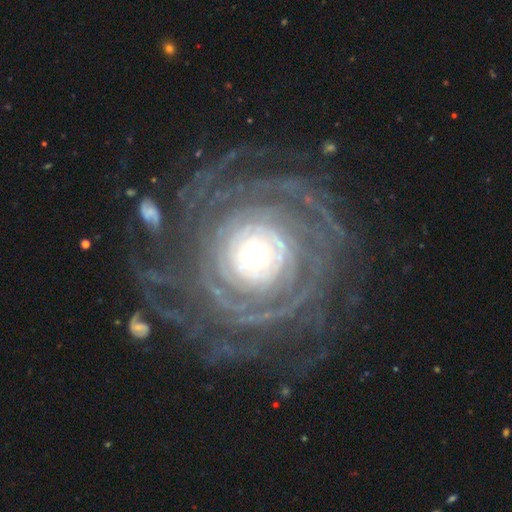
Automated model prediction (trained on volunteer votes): featured or disk 91%, star or artifact 5%, smooth 4%. Down the decision tree: edge-on disk — no (97%); bar — no (79%); spiral arms — yes (97%); spiral arm count — more than 4 (27%); spiral winding — tight (84%); bulge size — moderate (53%); merging — none (72%).